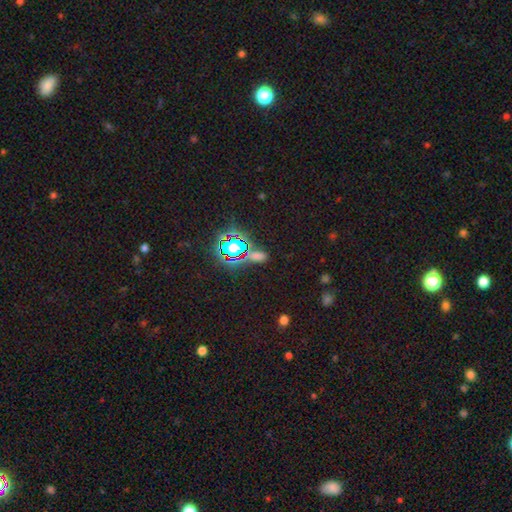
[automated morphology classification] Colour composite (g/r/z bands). It shows a star or artifact, not a galaxy (55%).